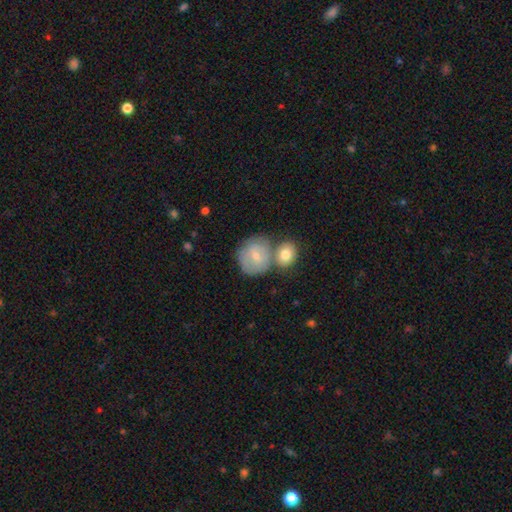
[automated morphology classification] Smooth or featured? Predicted: smooth (p=0.65). How rounded? Predicted: round (p=0.84). Merging? Predicted: none (p=0.44).